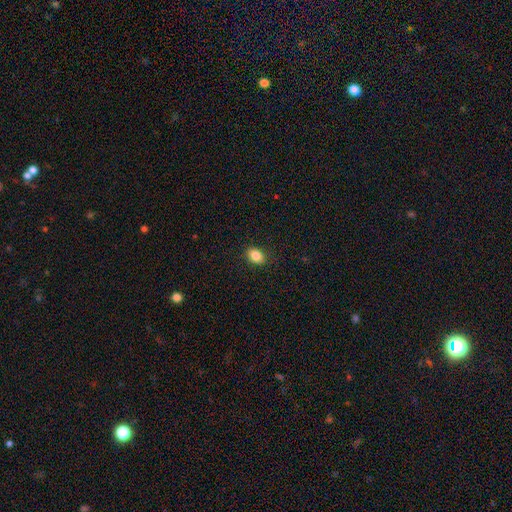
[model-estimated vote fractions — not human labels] smooth-or-featured: smooth: 86% | star or artifact: 9% | featured or disk: 6%
  how-rounded: in between: 78% | round: 21% | cigar-shaped: 1%
  merging: none: 88% | minor disturbance: 9% | major disturbance: 2% | merger: 1%